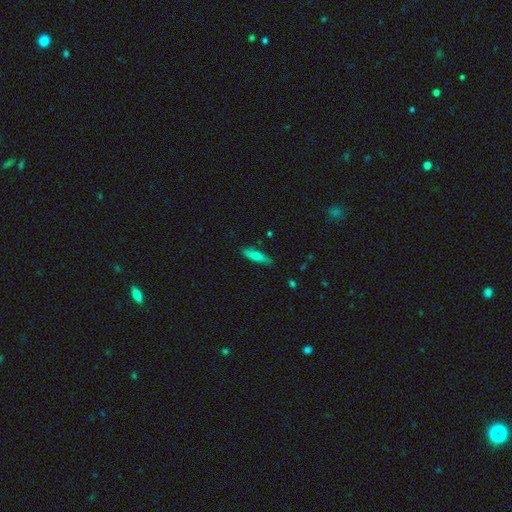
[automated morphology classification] smooth_or_featured: smooth (p=0.71) [alt: featured or disk p=0.22]
how_rounded: cigar-shaped (p=0.68) [alt: in between p=0.30]
merging: none (p=0.83) [alt: minor disturbance p=0.13]